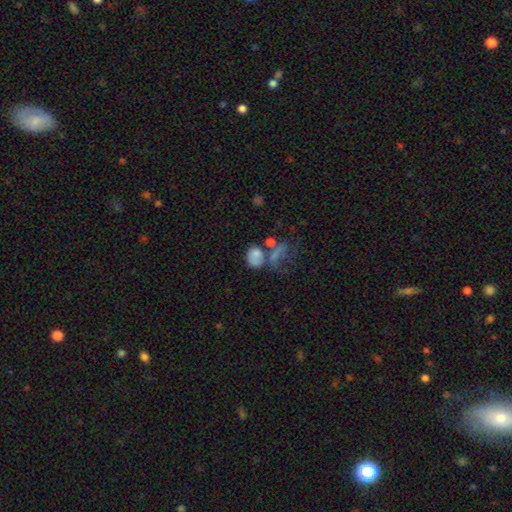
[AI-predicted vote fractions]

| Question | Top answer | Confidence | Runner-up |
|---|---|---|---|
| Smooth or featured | smooth | 73% | featured or disk (15%) |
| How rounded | in between | 56% | round (43%) |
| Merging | merger | 40% | none (30%) |